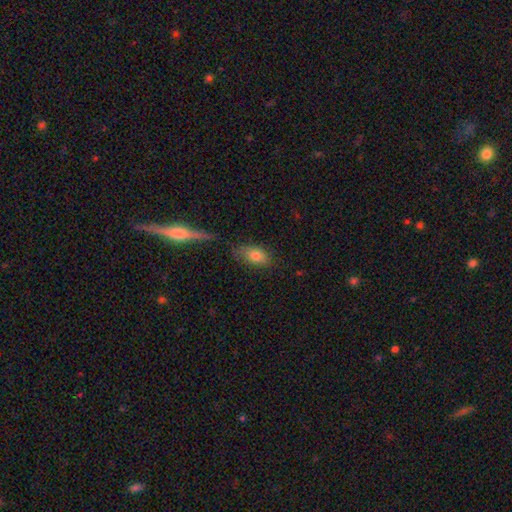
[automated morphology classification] Smooth or featured?
  - smooth: 79% *
  - featured or disk: 12%
  - star or artifact: 9%
How rounded?
  - in between: 86% *
  - round: 9%
  - cigar-shaped: 5%
Merging?
  - none: 67% *
  - minor disturbance: 20%
  - major disturbance: 7%
  - merger: 5%